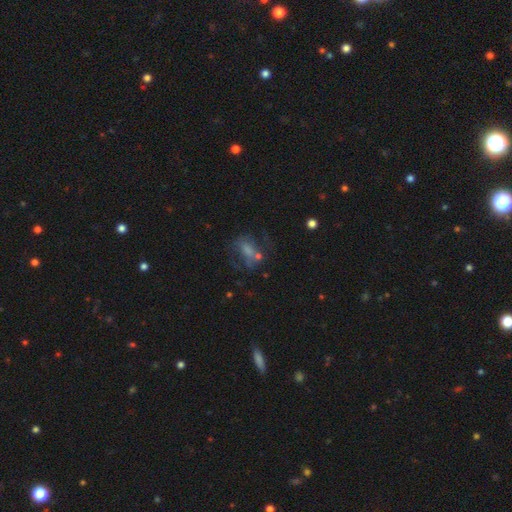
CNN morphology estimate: A smooth galaxy with no disk features (38%).

Vote fractions:
- Smooth or featured? smooth: 38% / featured or disk: 36% / star or artifact: 26%
- Merging? none: 46% / major disturbance: 20% / minor disturbance: 18% / merger: 16%